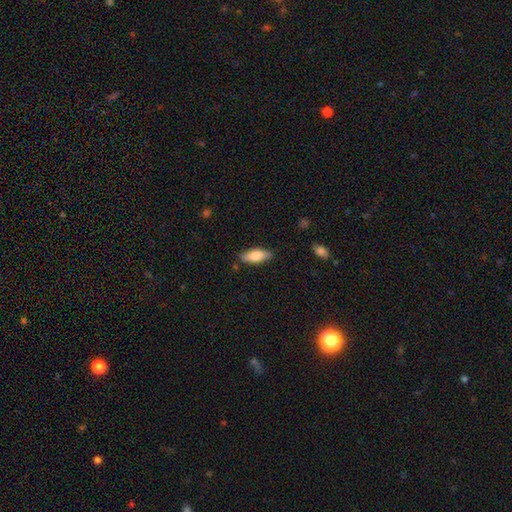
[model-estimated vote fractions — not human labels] smooth_or_featured: smooth (p=0.78) [alt: featured or disk p=0.16]
how_rounded: in between (p=0.72) [alt: cigar-shaped p=0.26]
merging: none (p=0.83) [alt: minor disturbance p=0.13]